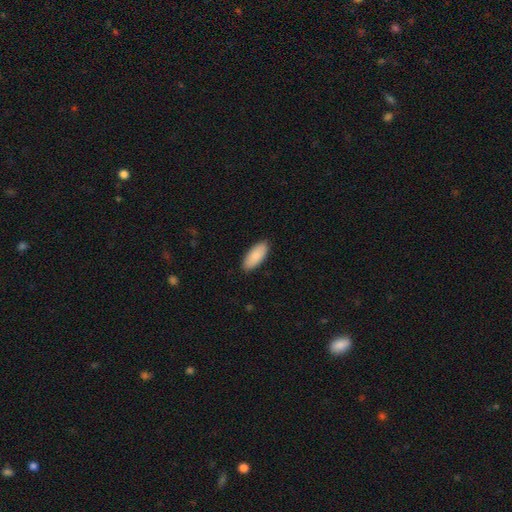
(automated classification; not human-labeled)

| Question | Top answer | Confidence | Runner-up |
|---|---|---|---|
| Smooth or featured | smooth | 89% | featured or disk (6%) |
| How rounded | in between | 85% | cigar-shaped (13%) |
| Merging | none | 89% | minor disturbance (8%) |